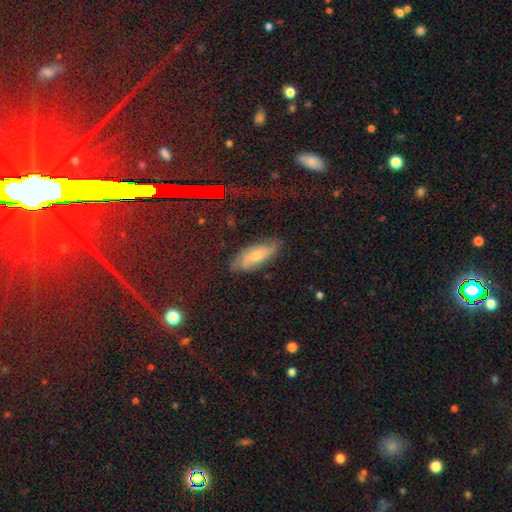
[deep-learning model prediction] Morphology: type=featured or disk (53%); edge-on=no (86%); merging=none (71%).